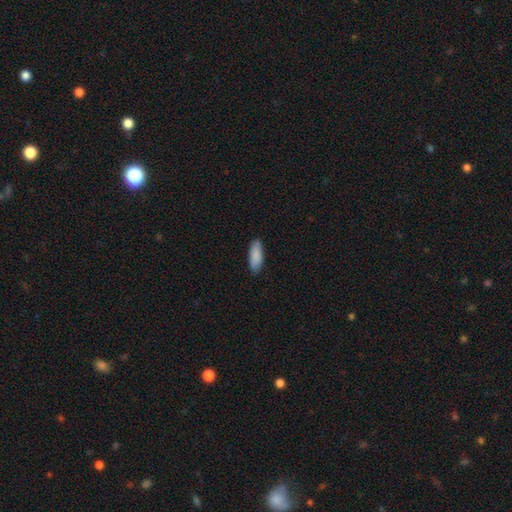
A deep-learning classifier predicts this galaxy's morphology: A smooth galaxy with no disk features (89%) that is in between round and cigar-shaped (71%). Merging: none (85%).